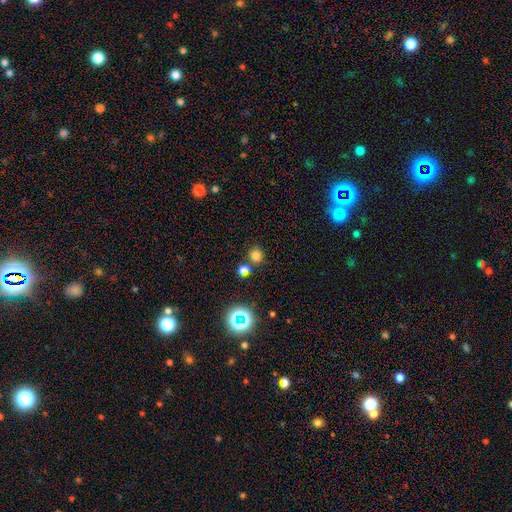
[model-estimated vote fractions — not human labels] This appears to be a smooth galaxy with no disk features (72%) that is round (87%). Merging: none (74%).